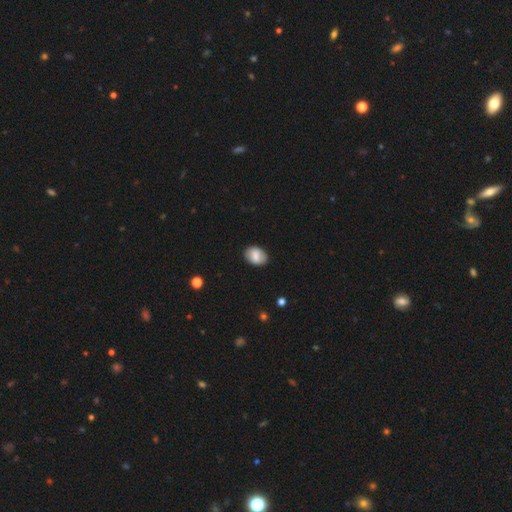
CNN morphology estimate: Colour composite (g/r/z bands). It shows a smooth galaxy with no disk features (78%) that is in between round and cigar-shaped (77%). Merging: none (84%).